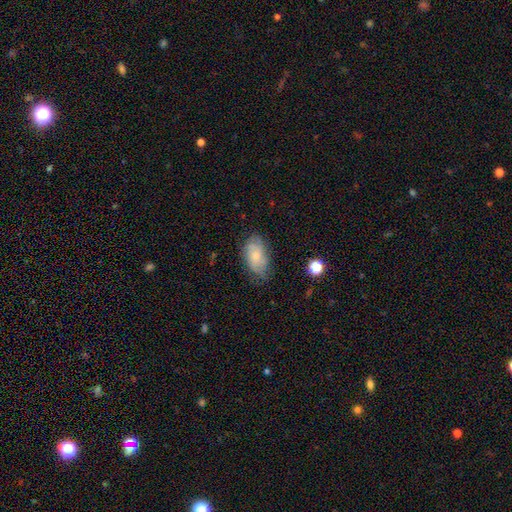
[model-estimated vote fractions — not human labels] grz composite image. It shows a smooth galaxy with no disk features (48%). Merging: none (65%).